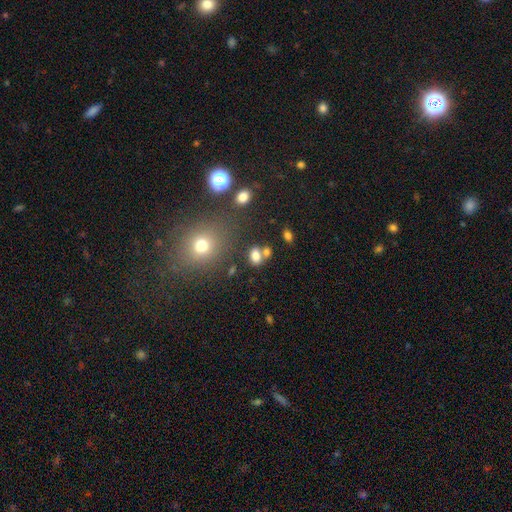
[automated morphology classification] Smooth or featured? Predicted: smooth (p=0.76). How rounded? Predicted: in between (p=0.67). Merging? Predicted: none (p=0.55).